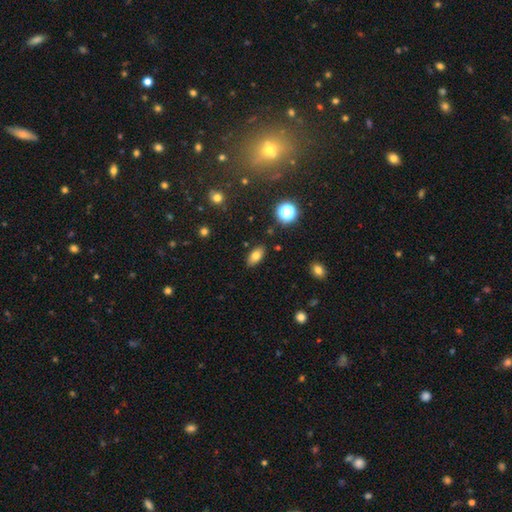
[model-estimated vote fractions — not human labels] A smooth galaxy with no disk features (75%) that is in between round and cigar-shaped (87%). Merging: none (86%).